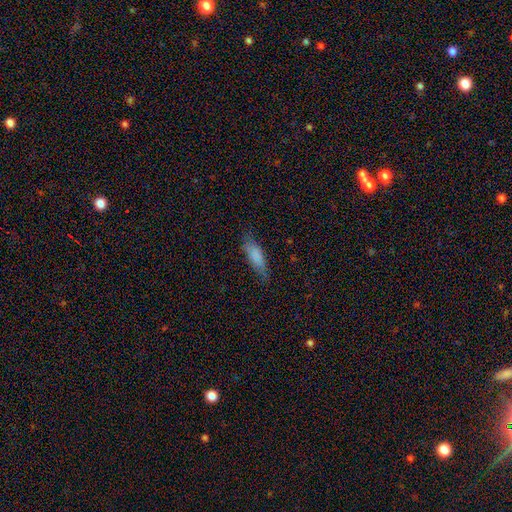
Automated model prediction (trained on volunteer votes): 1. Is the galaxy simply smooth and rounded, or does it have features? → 77% smooth, 15% featured or disk, 7% star or artifact.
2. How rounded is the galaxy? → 52% in between, 46% cigar-shaped, 2% round.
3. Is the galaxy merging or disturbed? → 71% none, 21% minor disturbance, 6% major disturbance, 1% merger.